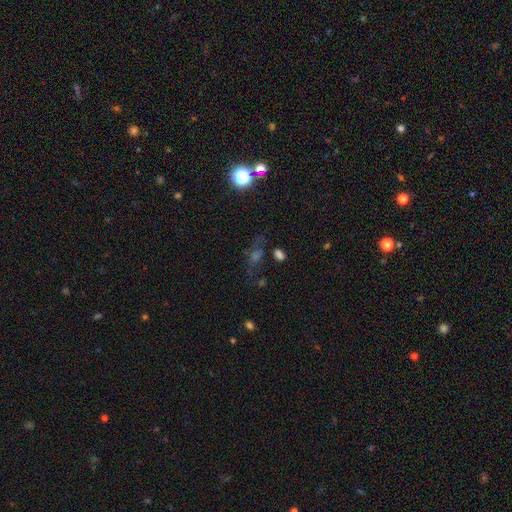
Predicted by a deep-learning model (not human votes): Overall: star or artifact (41%; smooth 30%).